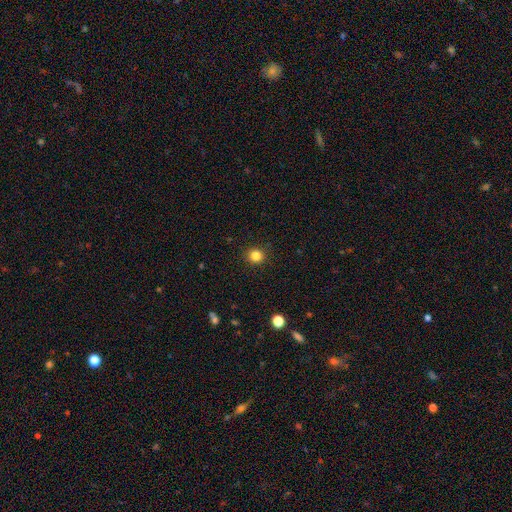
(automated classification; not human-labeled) Q: Smooth or featured?
A: smooth (84%); runner-up: star or artifact (12%)
Q: How rounded?
A: round (89%); runner-up: in between (10%)
Q: Merging?
A: none (91%); runner-up: minor disturbance (6%)